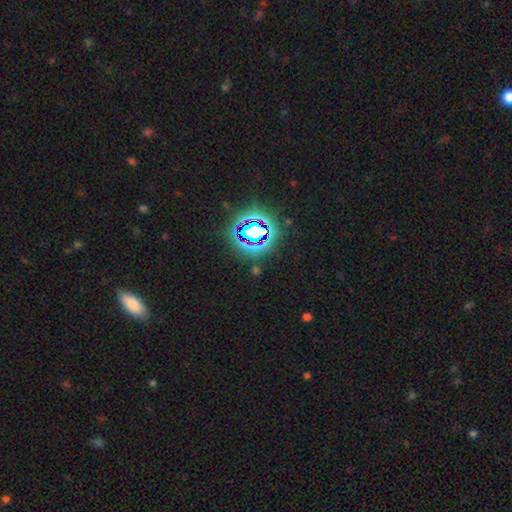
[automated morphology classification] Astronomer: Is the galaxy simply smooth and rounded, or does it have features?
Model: star or artifact — 77%.